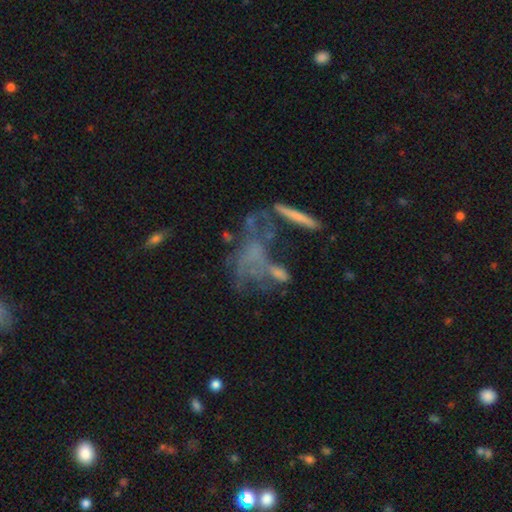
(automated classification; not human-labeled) smooth-or-featured: featured or disk: 55% | smooth: 23% | star or artifact: 22%
  disk-edge-on: no: 89% | yes: 11%
  merging: major disturbance: 31% | merger: 29% | none: 27% | minor disturbance: 13%